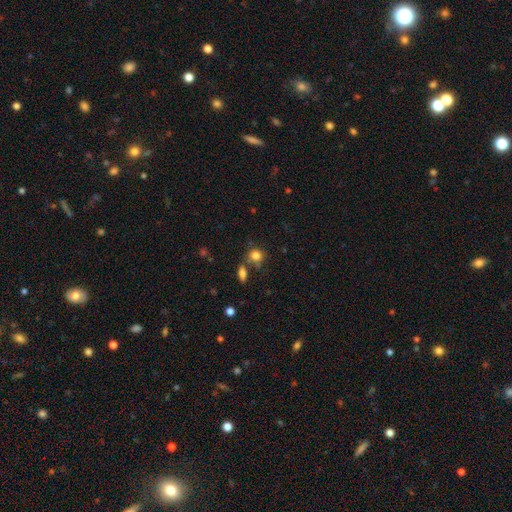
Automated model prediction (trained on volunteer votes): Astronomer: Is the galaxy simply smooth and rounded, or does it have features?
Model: smooth — 82%.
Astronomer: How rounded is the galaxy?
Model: round — 71%.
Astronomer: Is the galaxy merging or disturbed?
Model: none — 62%.